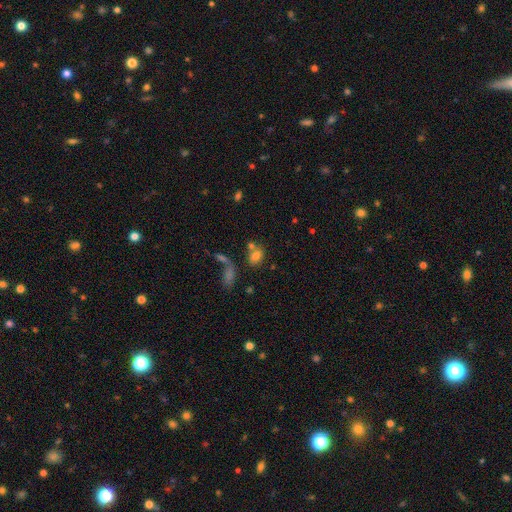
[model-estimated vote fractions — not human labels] Morphology: type=smooth (75%); roundness=in between (71%); merging=none (51%).